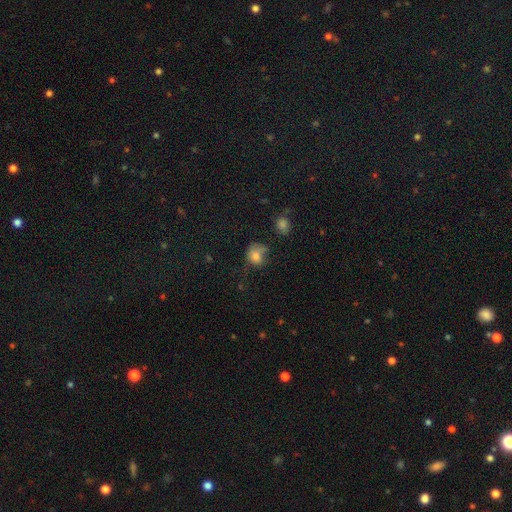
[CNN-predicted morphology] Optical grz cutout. It shows a smooth galaxy with no disk features (75%) that is round (60%). Merging: none (39%).